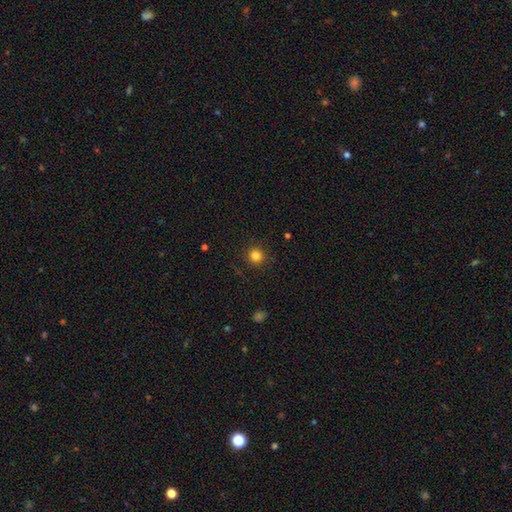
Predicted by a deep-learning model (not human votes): Smooth or featured: smooth — 82% (star or artifact — 13%)
How rounded: round — 95% (in between — 4%)
Merging: none — 90% (minor disturbance — 6%)